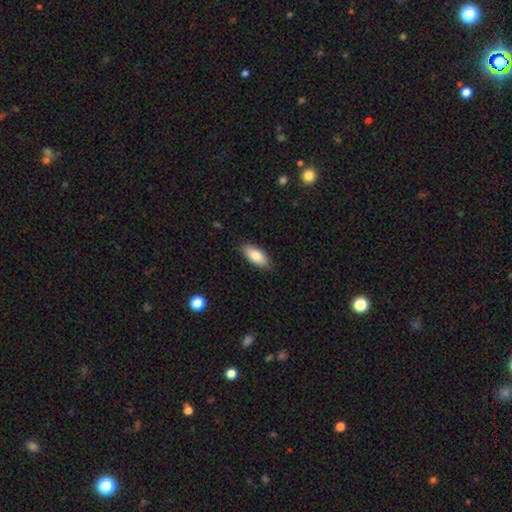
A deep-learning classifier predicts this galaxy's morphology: A smooth galaxy with no disk features (84%) that is in between round and cigar-shaped (87%).

Vote fractions:
- Smooth or featured? smooth: 84% / featured or disk: 10% / star or artifact: 6%
- How rounded? in between: 87% / cigar-shaped: 11% / round: 2%
- Merging? none: 87% / minor disturbance: 10% / major disturbance: 2% / merger: 1%